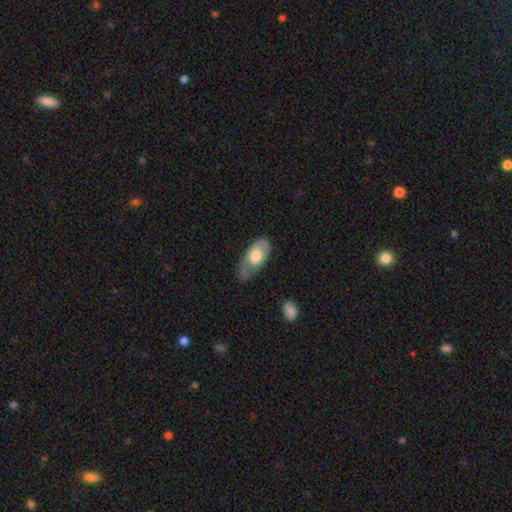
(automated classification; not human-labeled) This is possibly a smooth galaxy (52%). How rounded: clearly in between (90%). Merging: possibly none (48%).